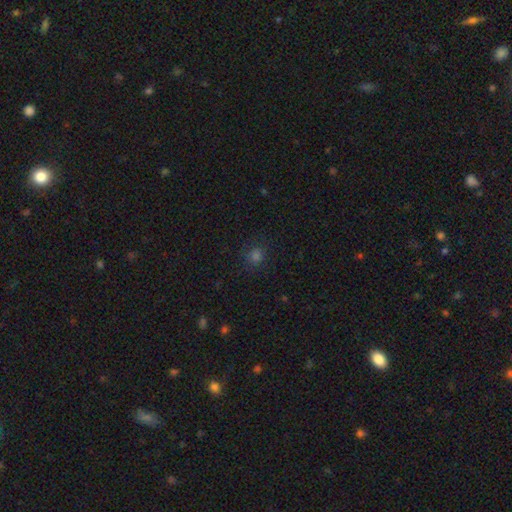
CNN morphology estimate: smooth_or_featured: smooth (p=0.73) [alt: star or artifact p=0.23]
how_rounded: round (p=0.85) [alt: in between p=0.14]
merging: none (p=0.84) [alt: minor disturbance p=0.11]